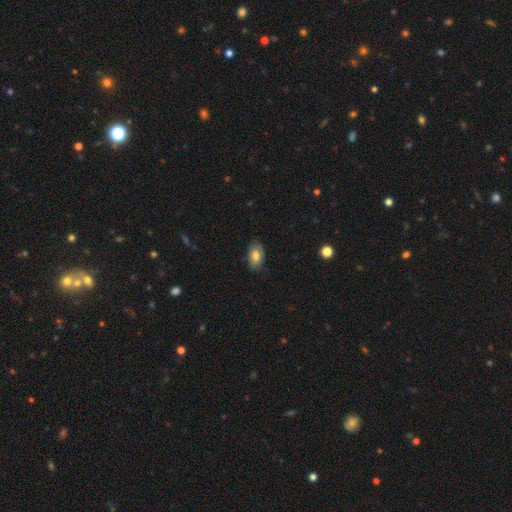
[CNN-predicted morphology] This is likely a smooth galaxy (79%). How rounded: clearly in between (92%). Merging: clearly none (85%).